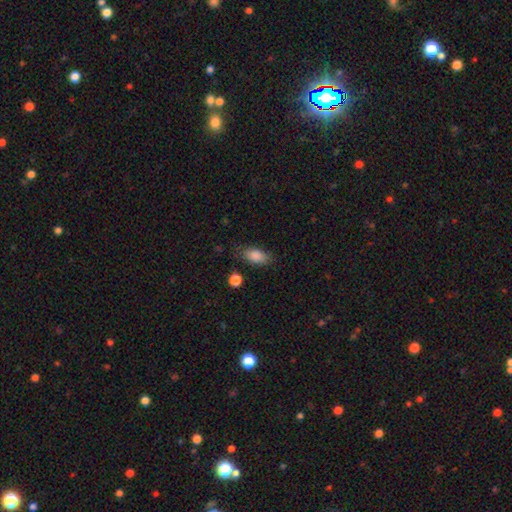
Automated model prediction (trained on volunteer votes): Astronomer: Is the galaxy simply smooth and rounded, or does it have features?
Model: smooth — 86%.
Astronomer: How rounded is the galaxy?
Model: in between — 88%.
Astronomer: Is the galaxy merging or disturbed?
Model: none — 77%.